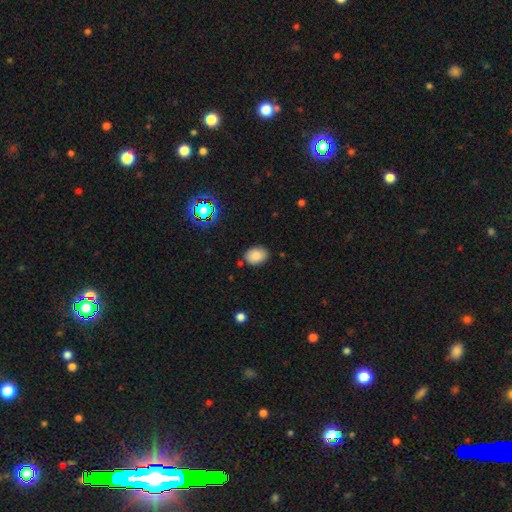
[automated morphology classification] A smooth galaxy with no disk features (85%) that is in between round and cigar-shaped (72%). Merging: none (82%).